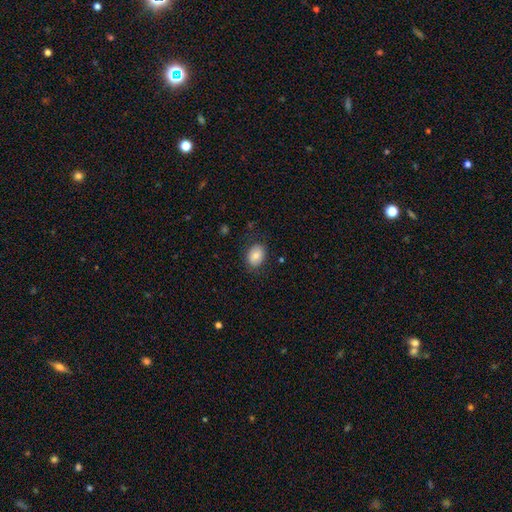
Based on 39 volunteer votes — A smooth galaxy with no disk features (90%) that is in between round and cigar-shaped (74%). Merging: none (83%).